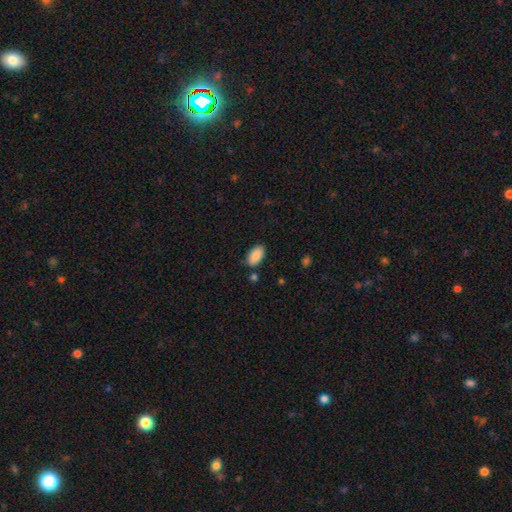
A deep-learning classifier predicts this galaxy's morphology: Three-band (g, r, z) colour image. It shows a smooth galaxy with no disk features (89%) that is in between round and cigar-shaped (95%). Merging: none (82%).